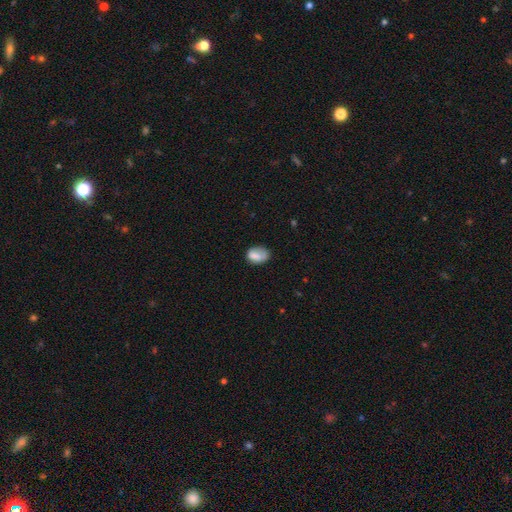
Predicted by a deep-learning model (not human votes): A smooth galaxy with no disk features (76%) that is in between round and cigar-shaped (75%).

Vote fractions:
- Smooth or featured? smooth: 76% / featured or disk: 15% / star or artifact: 9%
- How rounded? in between: 75% / round: 24% / cigar-shaped: 1%
- Merging? none: 51% / minor disturbance: 31% / major disturbance: 14% / merger: 4%